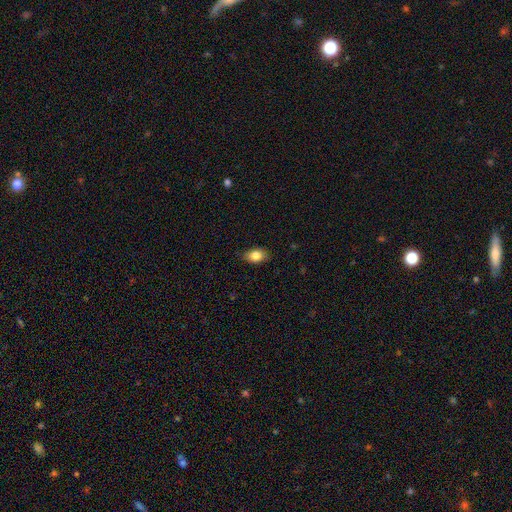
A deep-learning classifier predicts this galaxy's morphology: type=smooth (84%); roundness=in between (85%); merging=none (83%).